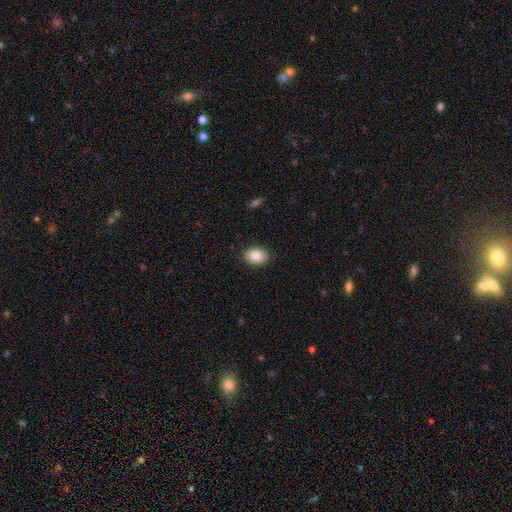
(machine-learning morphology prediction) Q: Smooth or featured?
A: smooth (87%); runner-up: star or artifact (7%)
Q: How rounded?
A: in between (85%); runner-up: round (14%)
Q: Merging?
A: none (89%); runner-up: minor disturbance (8%)